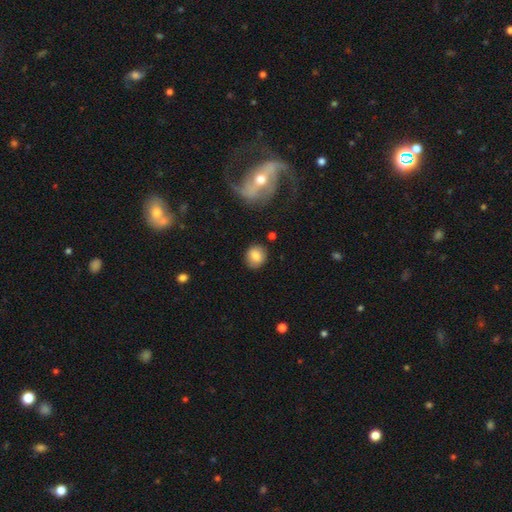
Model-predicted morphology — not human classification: Q: Smooth or featured?
A: smooth (82%); runner-up: star or artifact (9%)
Q: How rounded?
A: round (77%); runner-up: in between (21%)
Q: Merging?
A: none (85%); runner-up: minor disturbance (10%)